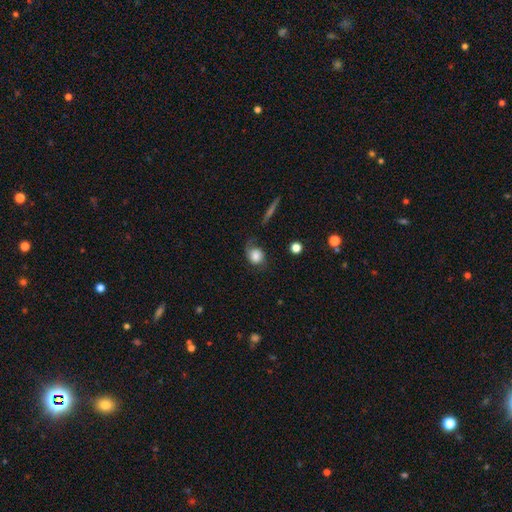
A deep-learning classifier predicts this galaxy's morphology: A smooth galaxy with no disk features (62%) that is round (60%). Merging: none (51%).